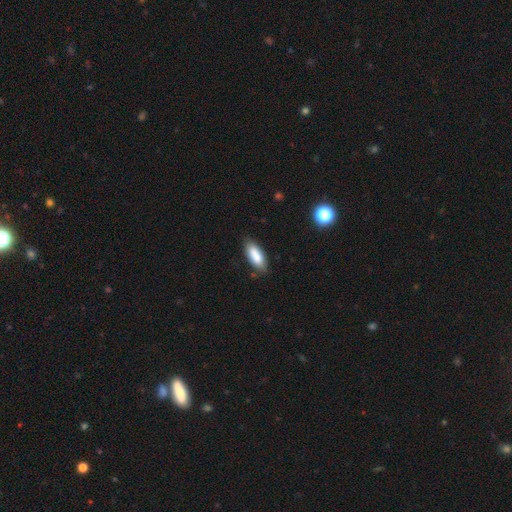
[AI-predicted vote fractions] This is clearly a smooth galaxy (85%). How rounded: likely in between (79%). Merging: likely none (80%).